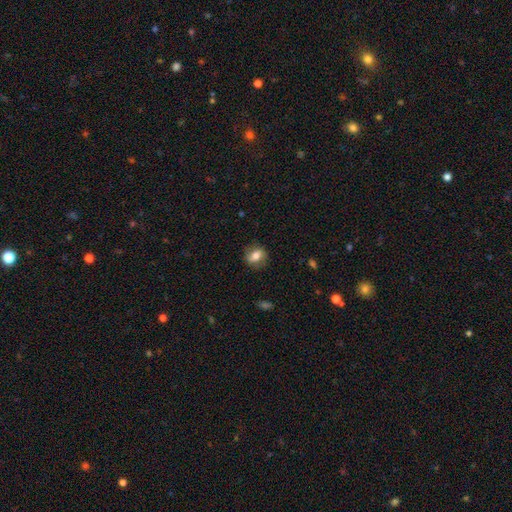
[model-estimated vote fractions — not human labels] A smooth galaxy with no disk features (64%) that is in between round and cigar-shaped (51%). Merging: none (79%).